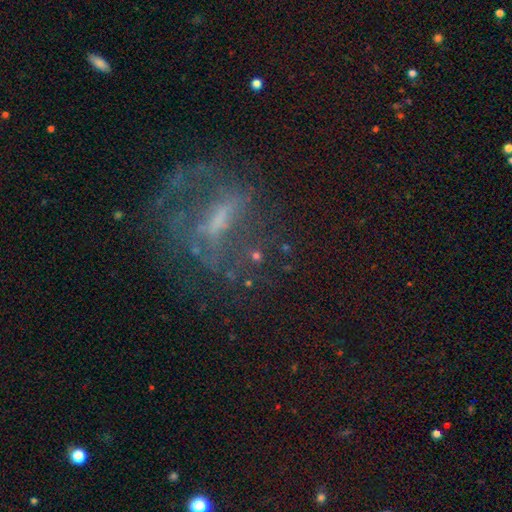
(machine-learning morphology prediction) Q: Smooth or featured?
A: featured or disk (59%); runner-up: star or artifact (23%)
Q: Edge-on disk?
A: no (90%); runner-up: yes (10%)
Q: Bar?
A: strong (34%); runner-up: no (33%)
Q: Spiral arms?
A: no (54%); runner-up: yes (46%)
Q: Bulge size?
A: none (40%); runner-up: small (28%)
Q: Merging?
A: none (51%); runner-up: major disturbance (27%)